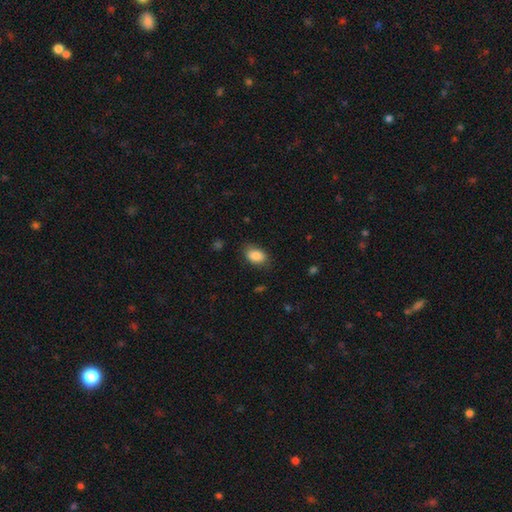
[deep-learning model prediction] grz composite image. It shows a smooth galaxy with no disk features (87%) that is in between round and cigar-shaped (87%). Merging: none (76%).